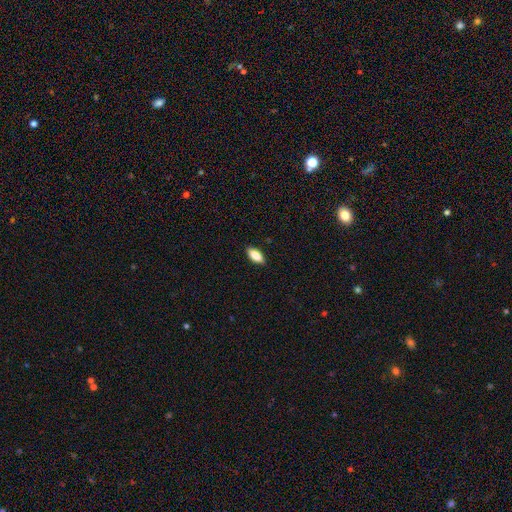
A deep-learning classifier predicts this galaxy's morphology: smooth-or-featured: smooth: 82% | featured or disk: 12% | star or artifact: 6%
  how-rounded: in between: 81% | cigar-shaped: 16% | round: 3%
  merging: none: 89% | minor disturbance: 8% | major disturbance: 2% | merger: 1%